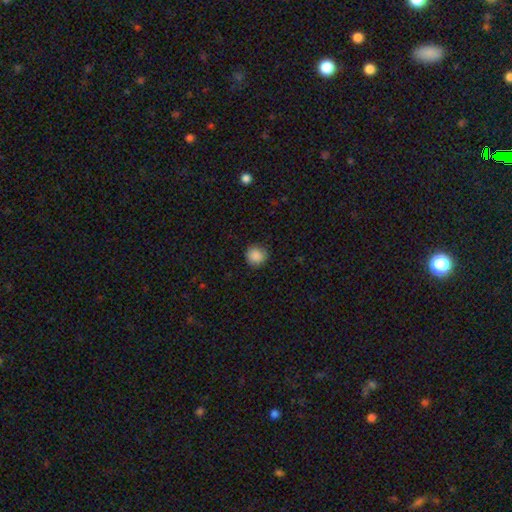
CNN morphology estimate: Smooth or featured: smooth — 87% (star or artifact — 9%)
How rounded: round — 91% (in between — 8%)
Merging: none — 83% (minor disturbance — 13%)